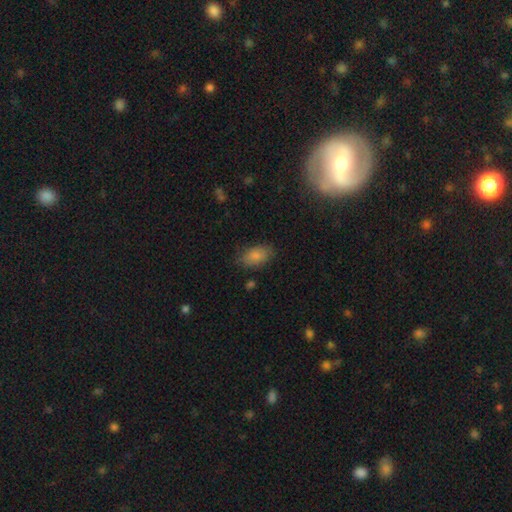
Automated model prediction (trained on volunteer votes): smooth-or-featured: smooth: 84% | featured or disk: 8% | star or artifact: 7%
  how-rounded: in between: 92% | round: 6% | cigar-shaped: 2%
  merging: none: 77% | minor disturbance: 17% | major disturbance: 5% | merger: 2%